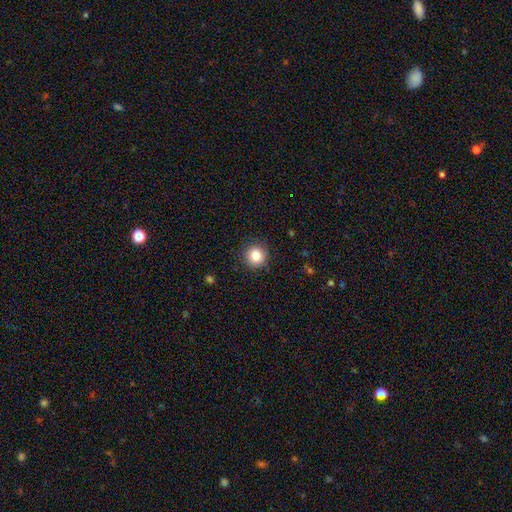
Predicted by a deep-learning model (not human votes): Smooth or featured?
  - smooth: 85% *
  - star or artifact: 10%
  - featured or disk: 5%
How rounded?
  - round: 93% *
  - in between: 6%
  - cigar-shaped: 1%
Merging?
  - none: 87% *
  - minor disturbance: 9%
  - major disturbance: 2%
  - merger: 1%